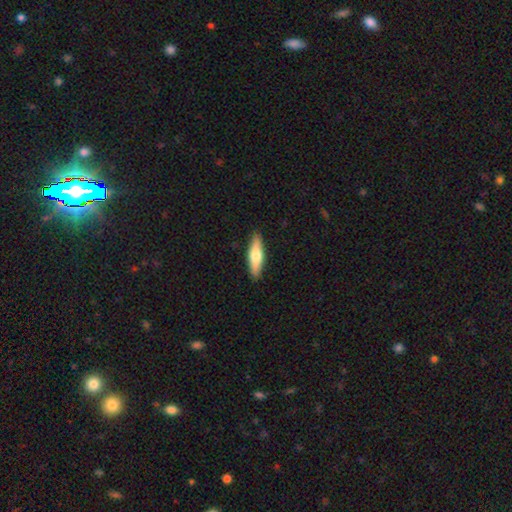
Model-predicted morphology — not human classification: Overall: smooth (62%; featured or disk 33%). How rounded: cigar-shaped (63%; in between 35%). Merging: none (90%).